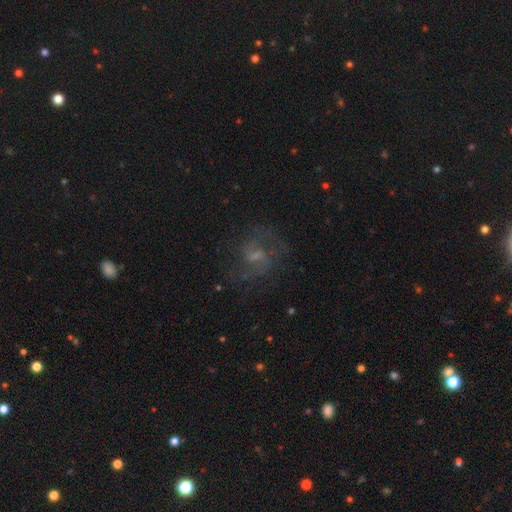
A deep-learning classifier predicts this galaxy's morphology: smooth-or-featured: featured or disk: 64% | smooth: 23% | star or artifact: 13%
  disk-edge-on: no: 97% | yes: 3%
    bar: weak: 55% | no: 31% | strong: 14%
    has-spiral-arms: yes: 80% | no: 20%
    bulge-size: small: 35% | none: 31% | moderate: 28% | large: 5% | dominant: 1%
  merging: none: 63% | major disturbance: 18% | minor disturbance: 17% | merger: 2%